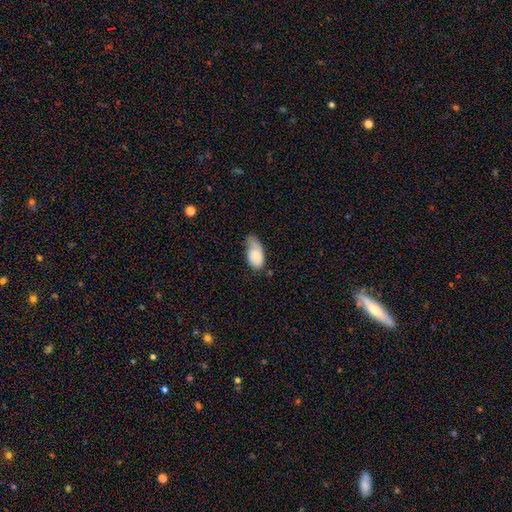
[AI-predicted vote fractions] The model was most divided on "merging": minor disturbance: 40%, none: 33%, major disturbance: 20%, merger: 7%. More confident: how rounded — in between (93%); smooth or featured — smooth (72%).